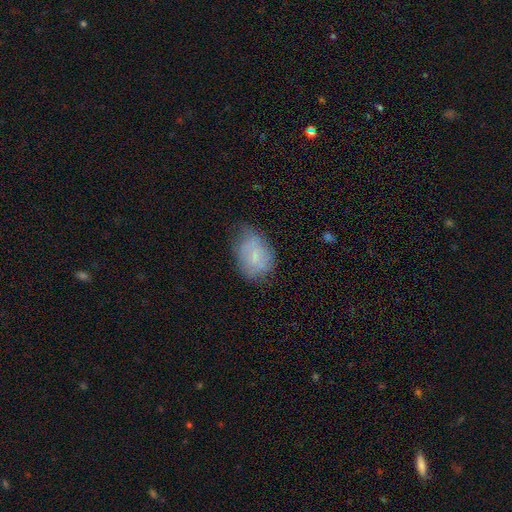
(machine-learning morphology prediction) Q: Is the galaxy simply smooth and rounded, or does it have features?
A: smooth — 65%.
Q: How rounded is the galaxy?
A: in between — 78%.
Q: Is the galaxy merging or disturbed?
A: none — 51%.